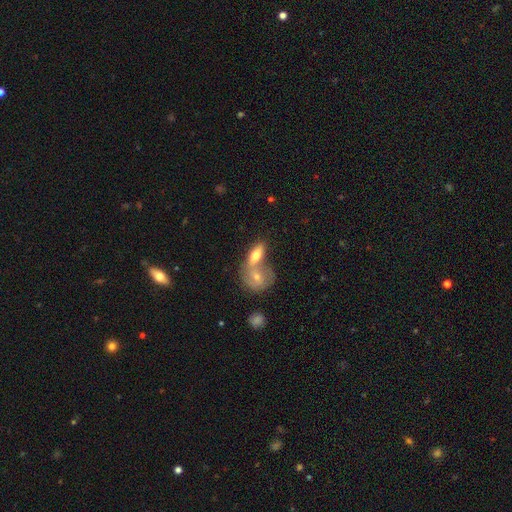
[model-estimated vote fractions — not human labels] A smooth galaxy with no disk features (66%) that is in between round and cigar-shaped (77%).

Vote fractions:
- Smooth or featured? smooth: 66% / featured or disk: 27% / star or artifact: 7%
- How rounded? in between: 77% / cigar-shaped: 14% / round: 9%
- Merging? merger: 61% / none: 27% / minor disturbance: 8% / major disturbance: 4%